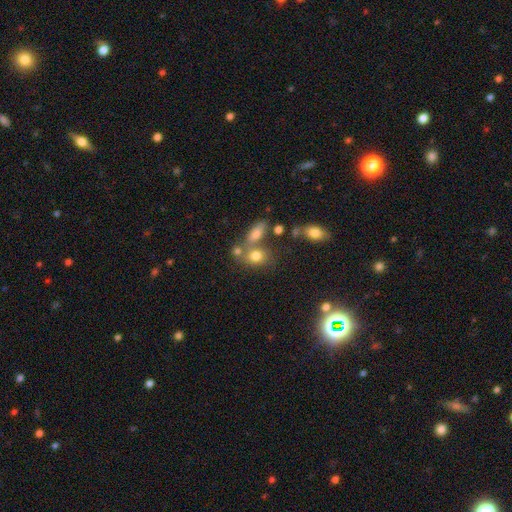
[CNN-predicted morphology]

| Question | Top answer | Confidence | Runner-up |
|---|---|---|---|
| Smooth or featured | smooth | 75% | featured or disk (12%) |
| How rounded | in between | 53% | round (44%) |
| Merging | none | 47% | merger (34%) |